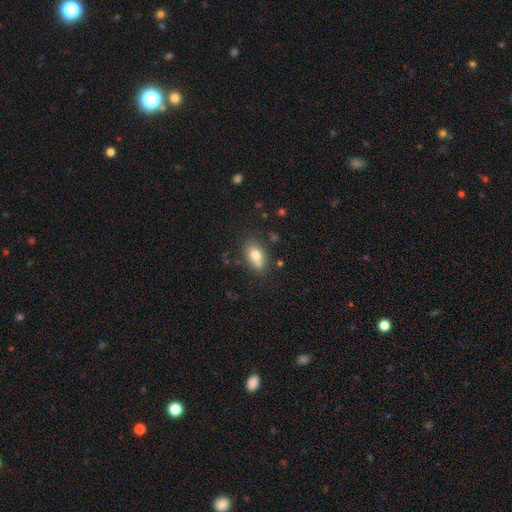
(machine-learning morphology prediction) Smooth or featured: smooth — 75% (featured or disk — 16%)
How rounded: in between — 82% (round — 15%)
Merging: none — 65% (minor disturbance — 18%)